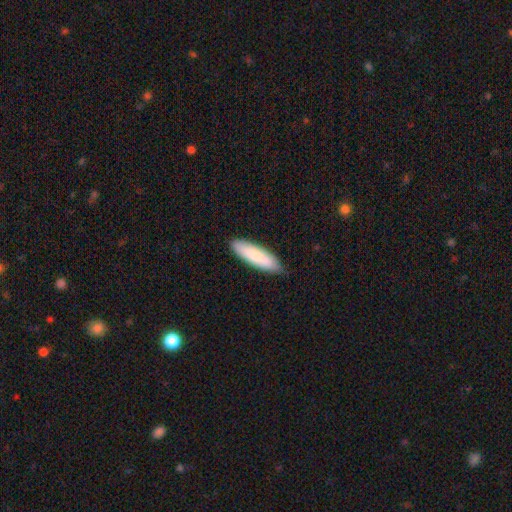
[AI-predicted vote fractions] smooth 82%, featured or disk 13%, star or artifact 5%. Down the decision tree: how rounded — cigar-shaped (61%); merging — none (87%).